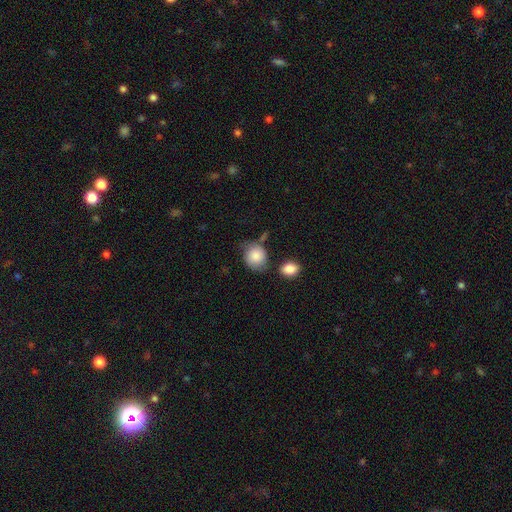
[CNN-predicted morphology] This appears to be a smooth galaxy with no disk features (83%) that is round (71%). Merging: none (54%).